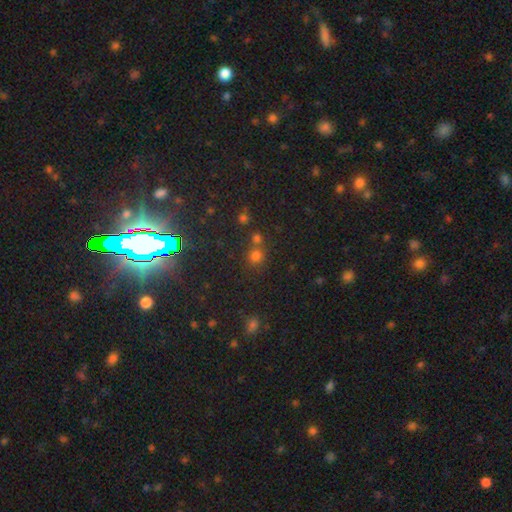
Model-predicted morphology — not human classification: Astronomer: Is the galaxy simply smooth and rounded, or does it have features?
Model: smooth — 64%.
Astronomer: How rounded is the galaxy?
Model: round — 84%.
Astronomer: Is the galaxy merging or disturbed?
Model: none — 58%.